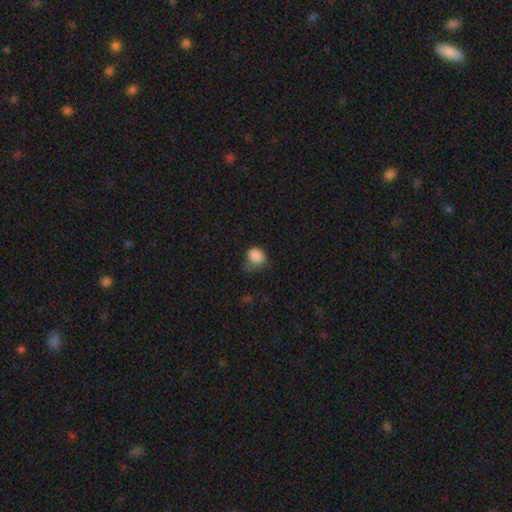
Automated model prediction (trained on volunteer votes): Smooth or featured? Predicted: smooth (p=0.84). How rounded? Predicted: round (p=0.53). Merging? Predicted: minor disturbance (p=0.38).